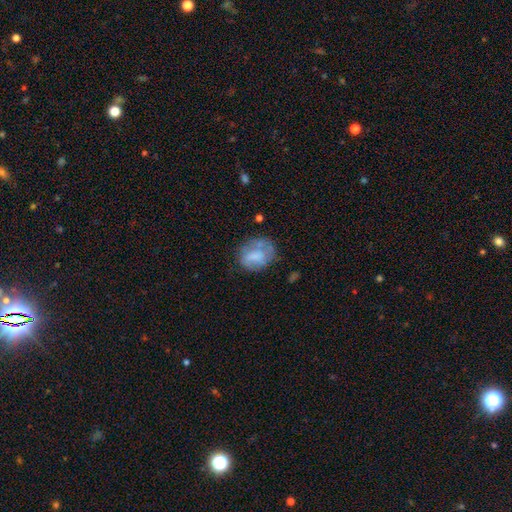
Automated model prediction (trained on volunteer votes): smooth 58%, featured or disk 33%, star or artifact 9%. Down the decision tree: how rounded — in between (54%); merging — none (51%).